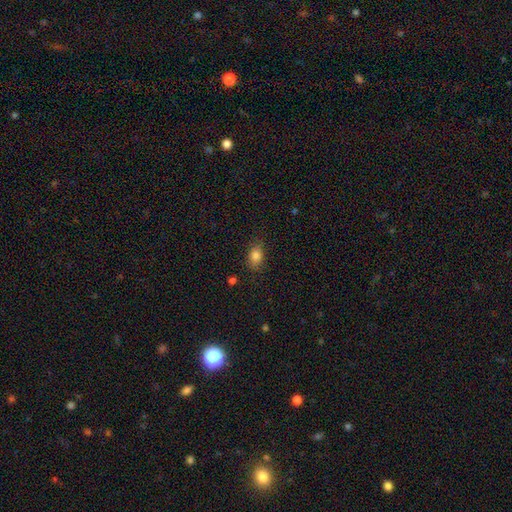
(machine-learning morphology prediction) This appears to be a smooth galaxy with no disk features (83%) that is in between round and cigar-shaped (79%). Merging: none (82%).